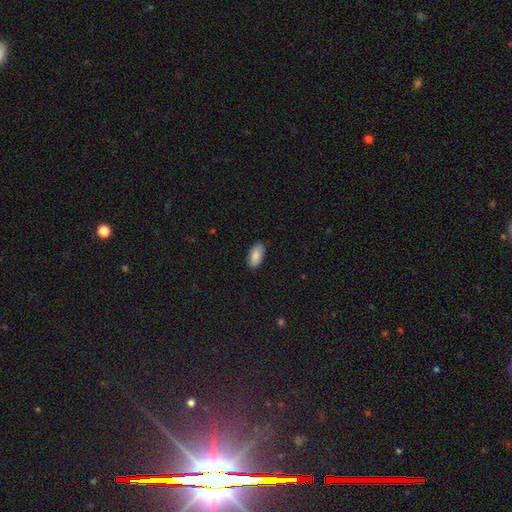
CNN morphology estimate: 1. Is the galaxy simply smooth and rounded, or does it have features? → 88% smooth, 6% featured or disk, 6% star or artifact.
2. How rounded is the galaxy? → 92% in between, 6% cigar-shaped, 2% round.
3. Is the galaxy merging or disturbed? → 87% none, 10% minor disturbance, 2% major disturbance, 1% merger.